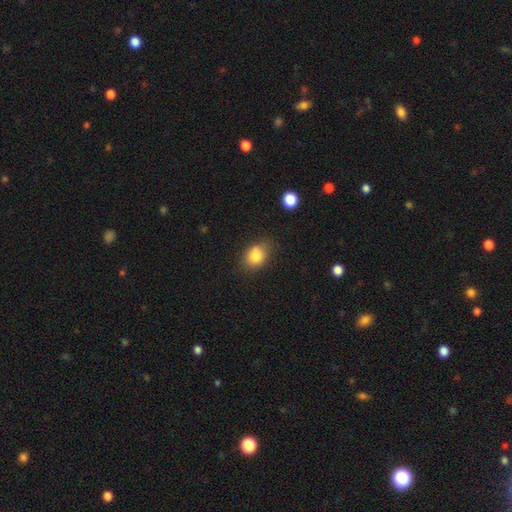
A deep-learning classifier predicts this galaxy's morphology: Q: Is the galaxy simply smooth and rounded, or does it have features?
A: smooth — 82%.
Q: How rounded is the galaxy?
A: in between — 55%.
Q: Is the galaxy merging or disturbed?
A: none — 70%.